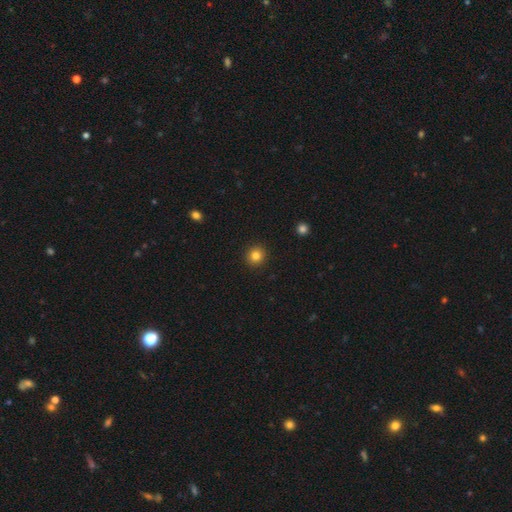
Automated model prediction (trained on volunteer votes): The model was most divided on "smooth or featured": smooth: 83%, star or artifact: 11%, featured or disk: 6%. More confident: merging — none (93%); how rounded — round (92%).